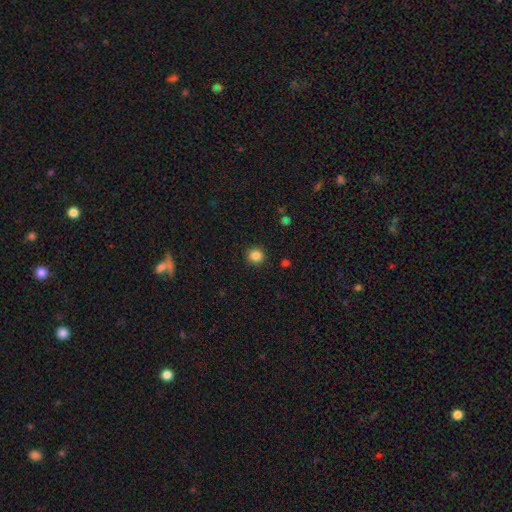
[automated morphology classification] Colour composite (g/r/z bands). It shows a smooth galaxy with no disk features (85%) that is round (90%). Merging: none (91%).